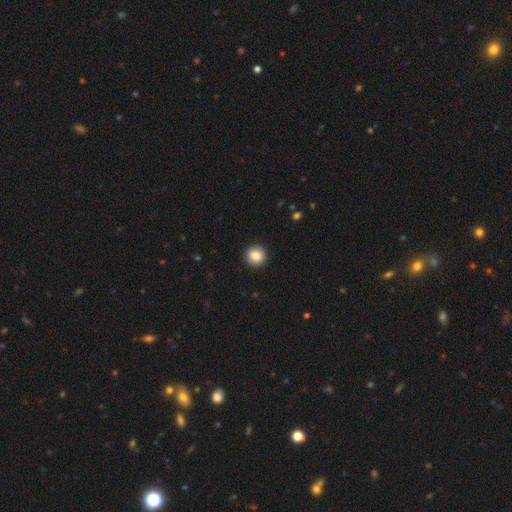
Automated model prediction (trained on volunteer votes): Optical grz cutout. It shows a smooth galaxy with no disk features (86%) that is round (93%). Merging: none (93%).